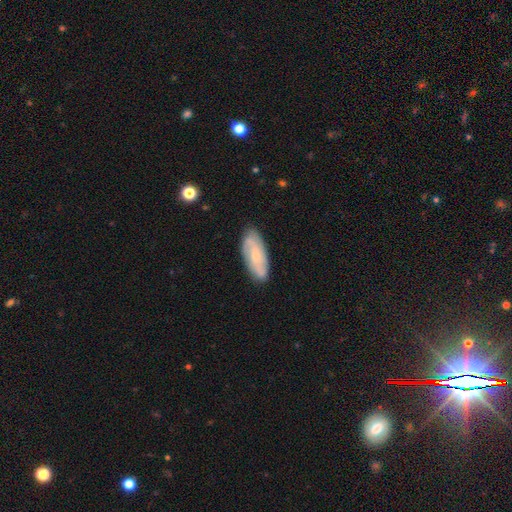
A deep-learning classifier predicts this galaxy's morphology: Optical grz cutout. It shows a featured or disk galaxy (52%). Merging: none (82%).